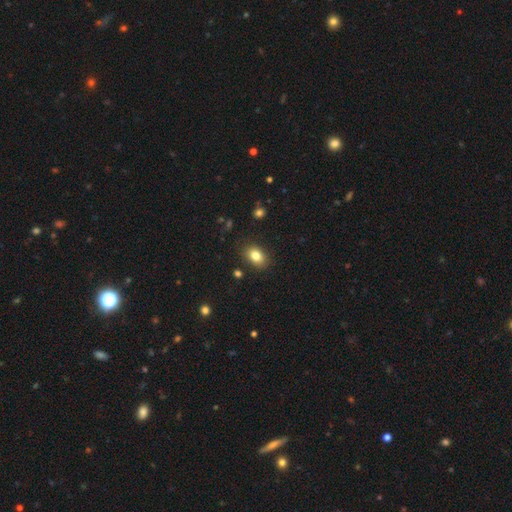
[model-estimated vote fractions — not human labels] smooth 83%, star or artifact 9%, featured or disk 8%. Down the decision tree: how rounded — in between (80%); merging — none (86%).